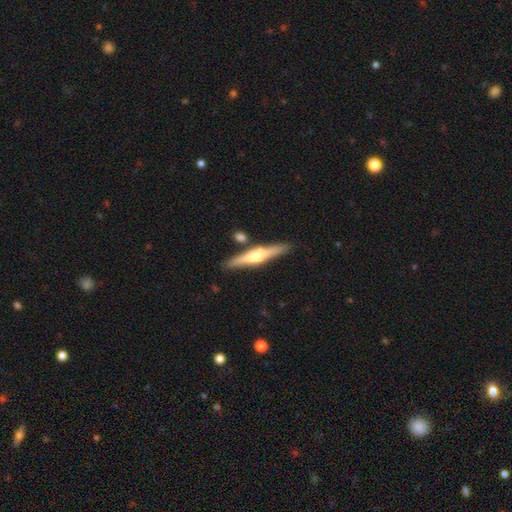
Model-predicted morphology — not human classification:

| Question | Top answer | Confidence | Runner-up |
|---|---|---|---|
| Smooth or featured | featured or disk | 68% | smooth (27%) |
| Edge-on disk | yes | 97% | no (3%) |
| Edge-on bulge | rounded | 90% | boxy (7%) |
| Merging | none | 83% | minor disturbance (9%) |